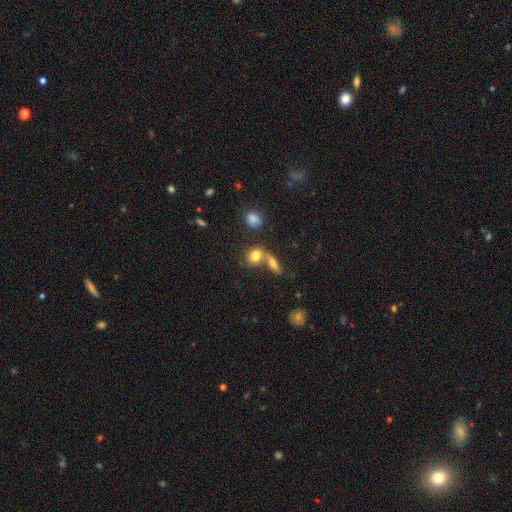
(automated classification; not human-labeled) smooth_or_featured: smooth (p=0.79) [alt: featured or disk p=0.11]
how_rounded: round (p=0.51) [alt: in between p=0.45]
merging: none (p=0.44) [alt: merger p=0.42]